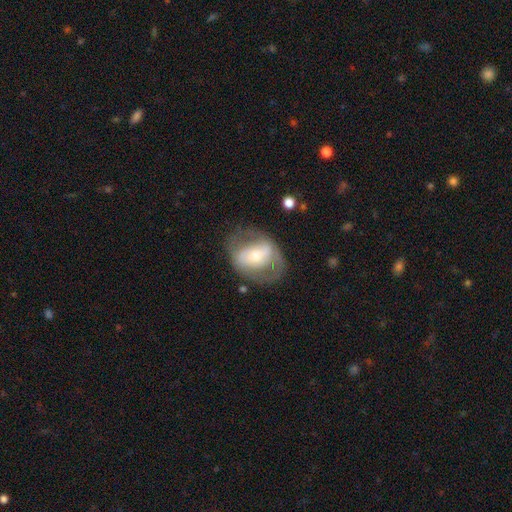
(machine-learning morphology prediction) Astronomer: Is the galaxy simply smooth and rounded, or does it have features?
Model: featured or disk — 59% (runner-up: smooth, 34%).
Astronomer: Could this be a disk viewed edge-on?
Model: no — 92%.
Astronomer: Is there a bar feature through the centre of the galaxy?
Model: no — 37% (runner-up: strong, 35%).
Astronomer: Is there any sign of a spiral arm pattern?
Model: no — 58% (runner-up: yes, 42%).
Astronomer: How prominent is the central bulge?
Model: moderate — 49% (runner-up: small, 39%).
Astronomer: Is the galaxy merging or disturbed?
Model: none — 59%.